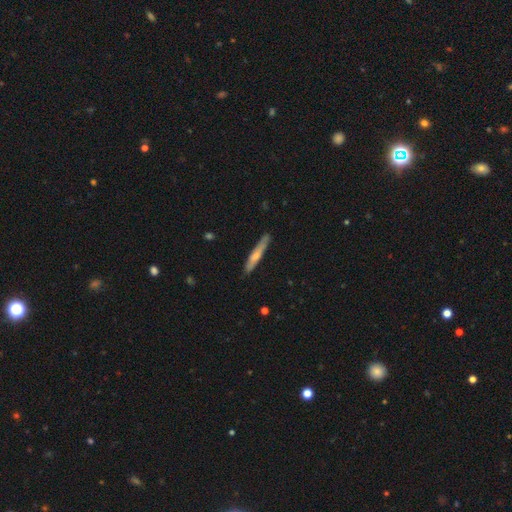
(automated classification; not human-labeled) Q: Smooth or featured?
A: smooth (56%); runner-up: featured or disk (39%)
Q: How rounded?
A: cigar-shaped (93%); runner-up: in between (5%)
Q: Merging?
A: none (84%); runner-up: minor disturbance (13%)